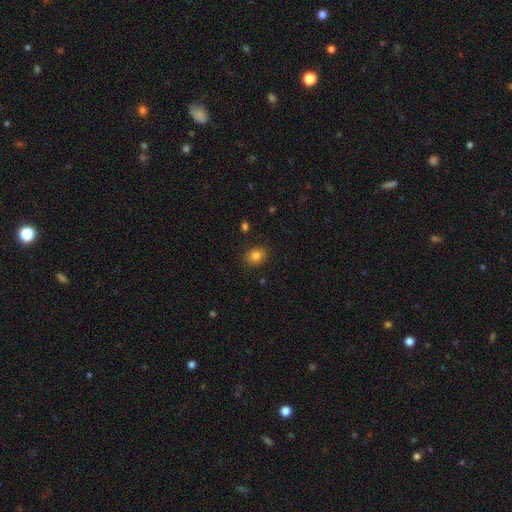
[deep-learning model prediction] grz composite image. It shows a smooth galaxy with no disk features (82%) that is round (61%). Merging: none (88%).